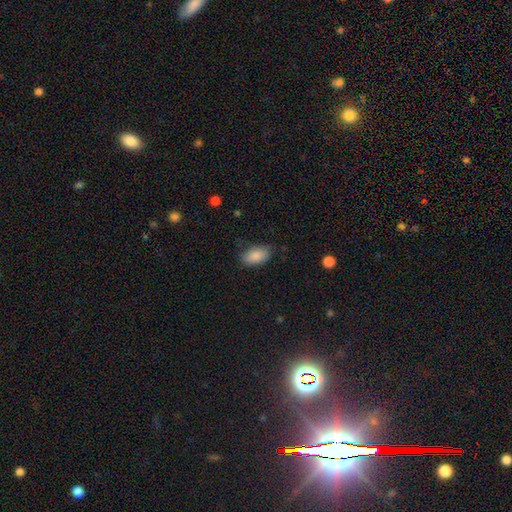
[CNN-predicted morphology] smooth-or-featured: smooth: 87% | star or artifact: 7% | featured or disk: 6%
  how-rounded: in between: 93% | round: 5% | cigar-shaped: 2%
  merging: none: 74% | minor disturbance: 20% | major disturbance: 5% | merger: 1%